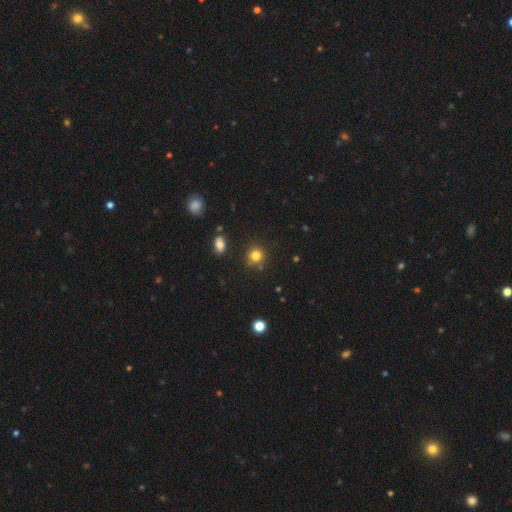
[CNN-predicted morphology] smooth_or_featured: smooth (p=0.80) [alt: star or artifact p=0.14]
how_rounded: round (p=0.89) [alt: in between p=0.10]
merging: none (p=0.81) [alt: minor disturbance p=0.10]